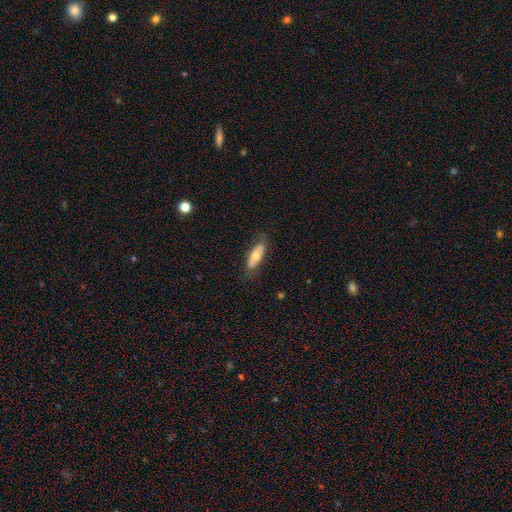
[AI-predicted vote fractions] smooth_or_featured: smooth (p=0.61) [alt: featured or disk p=0.32]
how_rounded: in between (p=0.64) [alt: cigar-shaped p=0.34]
merging: none (p=0.76) [alt: minor disturbance p=0.18]